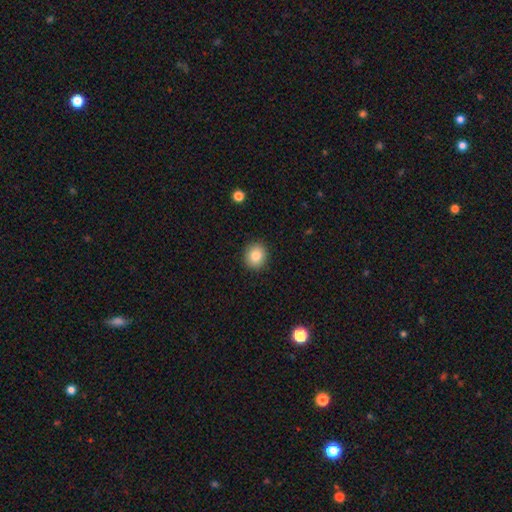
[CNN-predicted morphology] Q: Smooth or featured?
A: smooth (84%); runner-up: star or artifact (9%)
Q: How rounded?
A: round (81%); runner-up: in between (18%)
Q: Merging?
A: none (91%); runner-up: minor disturbance (6%)